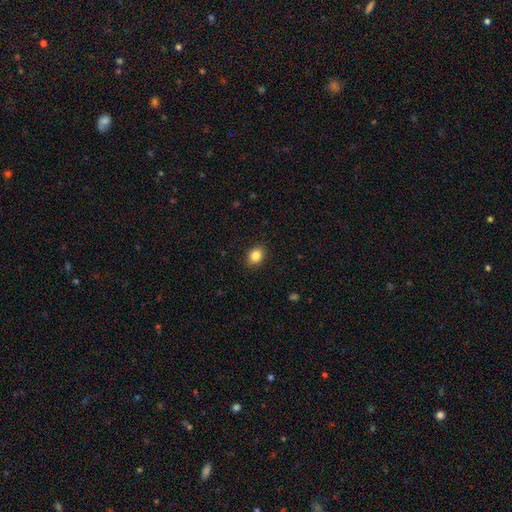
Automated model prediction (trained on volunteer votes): This appears to be a smooth galaxy with no disk features (86%) that is in between round and cigar-shaped (55%). Merging: none (89%).